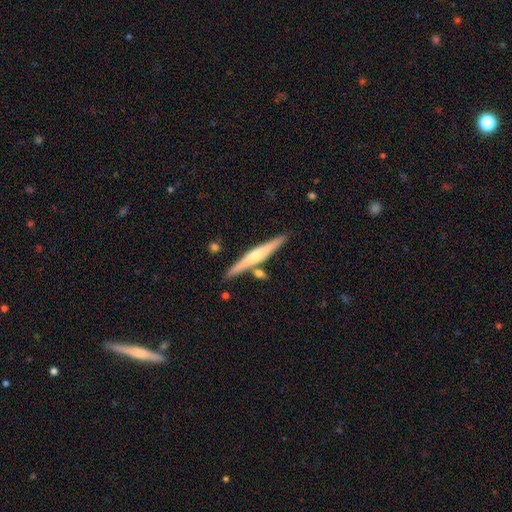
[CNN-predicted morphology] The model was most divided on "smooth or featured": featured or disk: 63%, smooth: 31%, star or artifact: 6%. More confident: edge-on disk — yes (97%); merging — none (83%); edge-on bulge — rounded (79%).